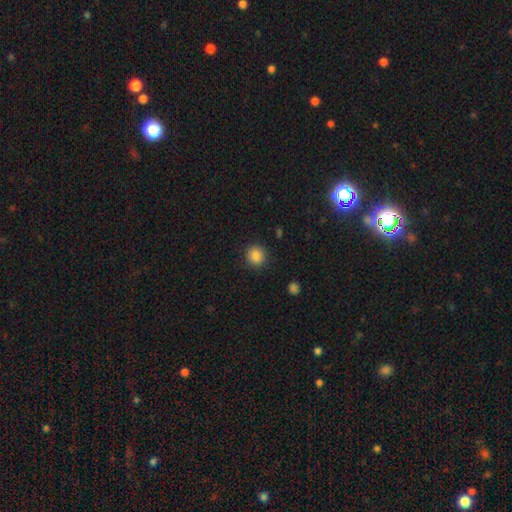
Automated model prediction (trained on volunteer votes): smooth-or-featured: smooth: 87% | star or artifact: 10% | featured or disk: 3%
  how-rounded: round: 89% | in between: 10% | cigar-shaped: 1%
  merging: none: 89% | minor disturbance: 7% | major disturbance: 3% | merger: 1%